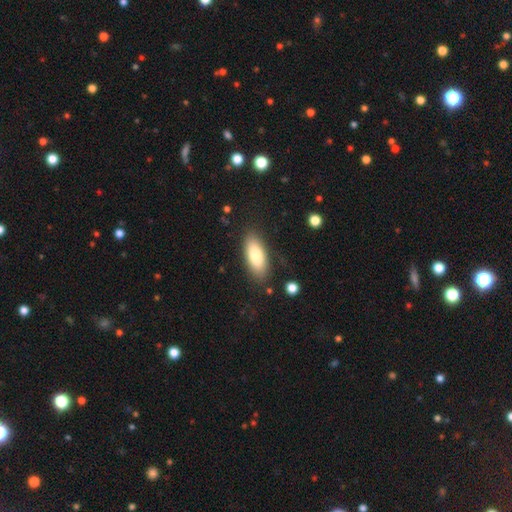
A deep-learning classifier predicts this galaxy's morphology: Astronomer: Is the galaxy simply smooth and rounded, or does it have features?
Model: smooth — 82%.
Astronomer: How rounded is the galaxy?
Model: in between — 83%.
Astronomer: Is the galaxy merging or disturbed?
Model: none — 82%.